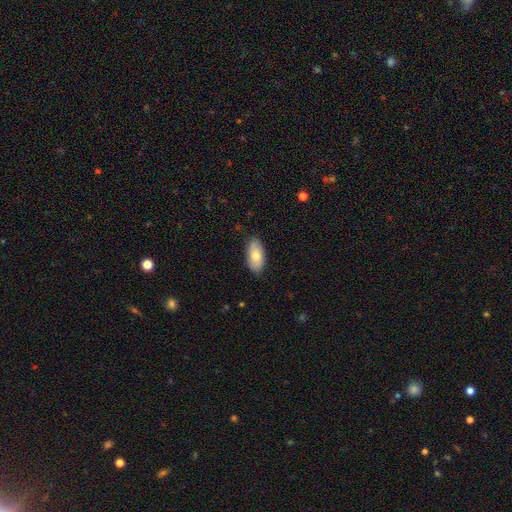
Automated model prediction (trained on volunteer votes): smooth-or-featured: smooth: 77% | featured or disk: 17% | star or artifact: 6%
  how-rounded: in between: 92% | cigar-shaped: 5% | round: 3%
  merging: none: 85% | minor disturbance: 12% | major disturbance: 2% | merger: 1%